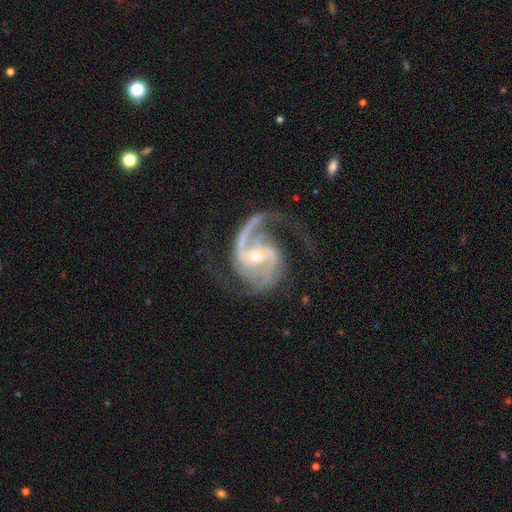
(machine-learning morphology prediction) featured or disk 93%, star or artifact 4%, smooth 3%. Down the decision tree: edge-on disk — no (98%); bar — no (37%, tied with weak); spiral arms — yes (98%); spiral arm count — 2 (73%); spiral winding — medium (56%); bulge size — moderate (50%); merging — none (65%).